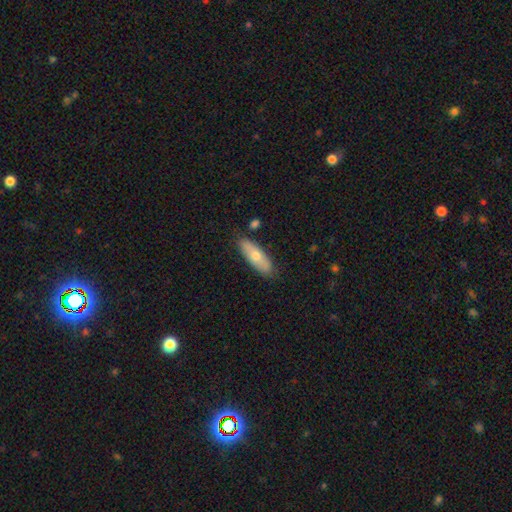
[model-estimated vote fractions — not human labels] smooth 63%, featured or disk 31%, star or artifact 6%. Down the decision tree: how rounded — in between (60%); merging — none (83%).